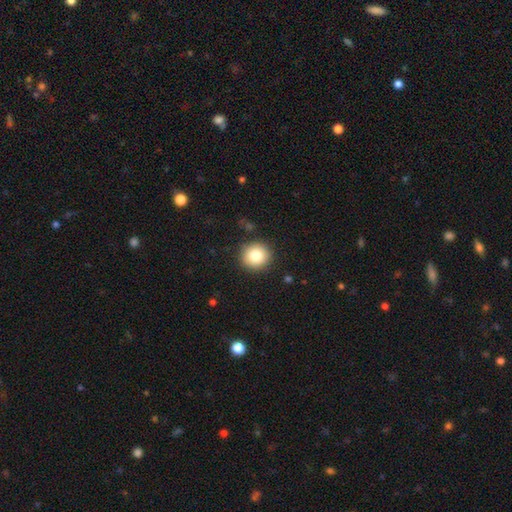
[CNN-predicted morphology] The model was most divided on "smooth or featured": smooth: 82%, star or artifact: 10%, featured or disk: 9%. More confident: how rounded — round (91%); merging — none (89%).